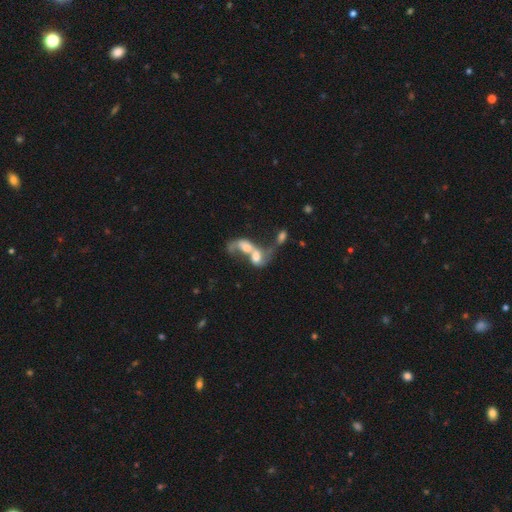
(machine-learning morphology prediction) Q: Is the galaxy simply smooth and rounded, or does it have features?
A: featured or disk — 48%.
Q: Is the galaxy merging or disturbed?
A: merger — 83%.